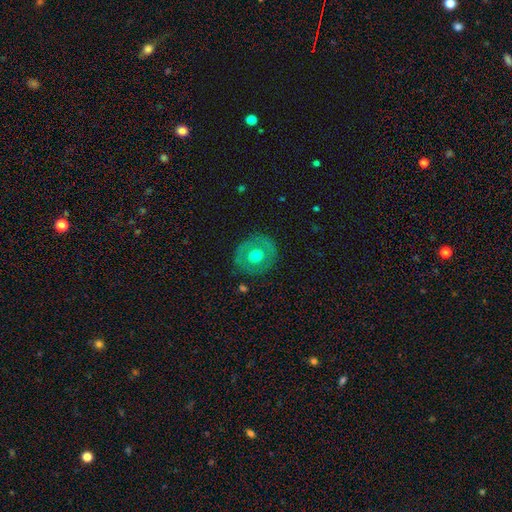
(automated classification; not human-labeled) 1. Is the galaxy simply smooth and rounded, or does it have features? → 52% smooth, 42% featured or disk, 7% star or artifact.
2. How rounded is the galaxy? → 83% round, 16% in between, 1% cigar-shaped.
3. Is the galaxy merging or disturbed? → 83% none, 11% minor disturbance, 4% major disturbance, 1% merger.